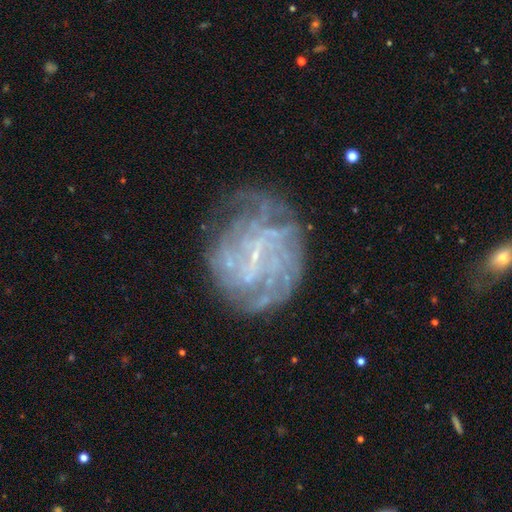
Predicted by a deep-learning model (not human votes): Smooth or featured? featured or disk (74%)
Edge-on disk? no (98%)
Bar? no (44%)
Spiral arms? yes (68%)
Bulge size? small (62%)
Merging? none (58%)